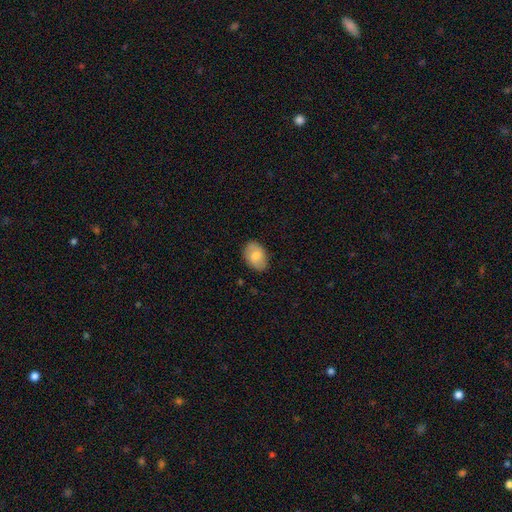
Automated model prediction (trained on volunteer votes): This appears to be a smooth galaxy with no disk features (77%) that is in between round and cigar-shaped (85%). Merging: none (82%).